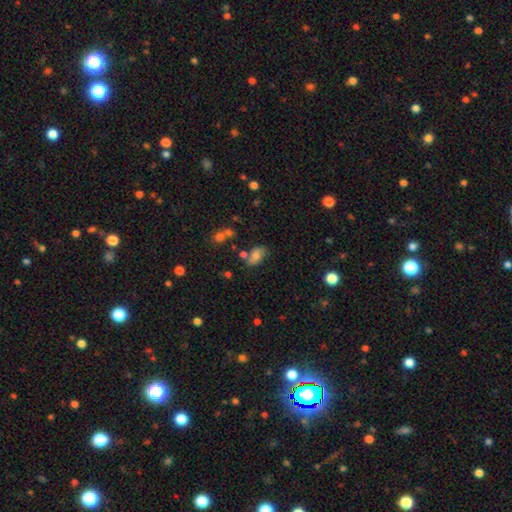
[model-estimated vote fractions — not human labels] This appears to be a smooth galaxy with no disk features (62%) that is in between round and cigar-shaped (86%). Merging: none (57%).